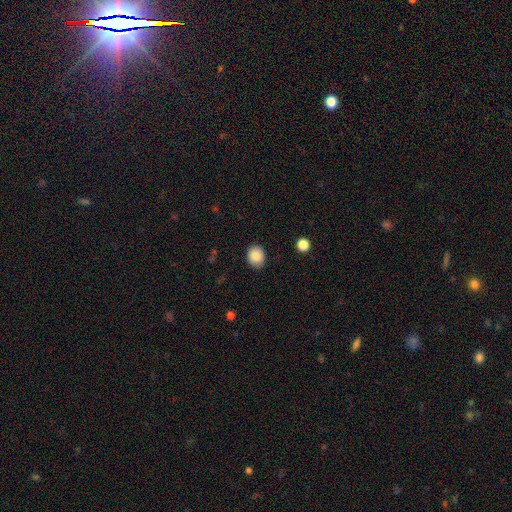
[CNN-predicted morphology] smooth_or_featured: smooth (p=0.88) [alt: star or artifact p=0.08]
how_rounded: round (p=0.52) [alt: in between p=0.48]
merging: none (p=0.87) [alt: minor disturbance p=0.09]